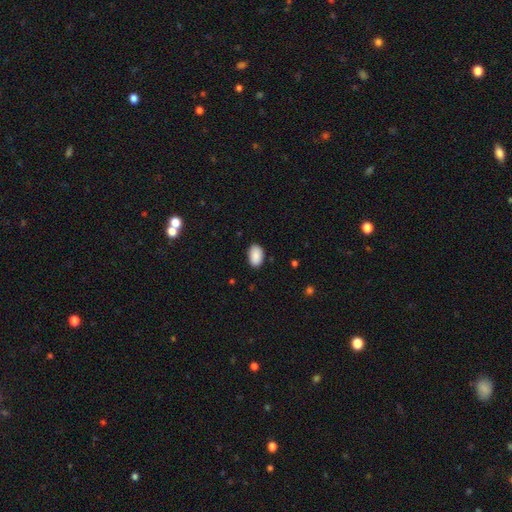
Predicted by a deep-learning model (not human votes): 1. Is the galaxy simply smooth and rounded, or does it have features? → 90% smooth, 7% star or artifact, 3% featured or disk.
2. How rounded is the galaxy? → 92% in between, 6% round, 1% cigar-shaped.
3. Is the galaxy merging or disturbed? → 86% none, 11% minor disturbance, 2% major disturbance, 1% merger.